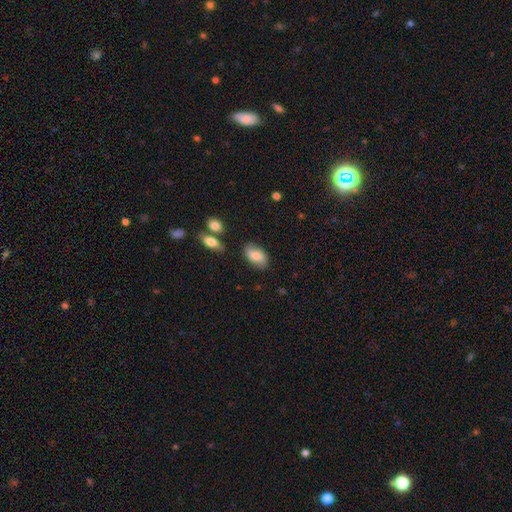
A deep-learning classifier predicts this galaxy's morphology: A smooth galaxy with no disk features (78%) that is in between round and cigar-shaped (92%). Merging: none (76%).